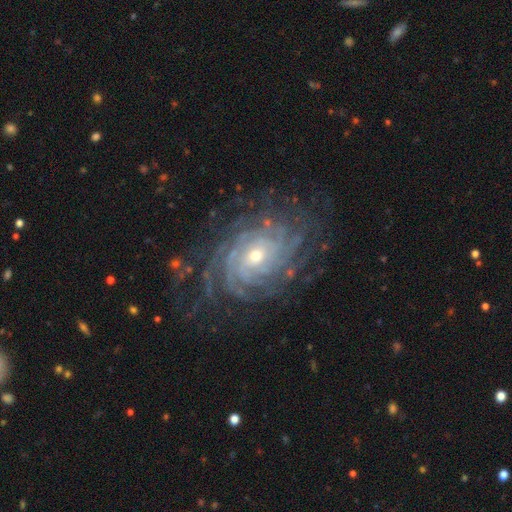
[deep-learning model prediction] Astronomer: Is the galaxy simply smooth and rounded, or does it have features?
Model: featured or disk — 90%.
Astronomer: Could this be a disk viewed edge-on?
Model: no — 97%.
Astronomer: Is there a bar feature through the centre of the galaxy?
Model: no — 64%.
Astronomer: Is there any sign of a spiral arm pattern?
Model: yes — 98%.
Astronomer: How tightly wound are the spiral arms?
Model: tight — 81%.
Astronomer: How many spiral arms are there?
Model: more than 4 — 35% (runner-up: can't tell, 23%).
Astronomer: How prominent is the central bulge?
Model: small — 53% (runner-up: moderate, 43%).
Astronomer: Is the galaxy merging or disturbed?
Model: none — 78%.